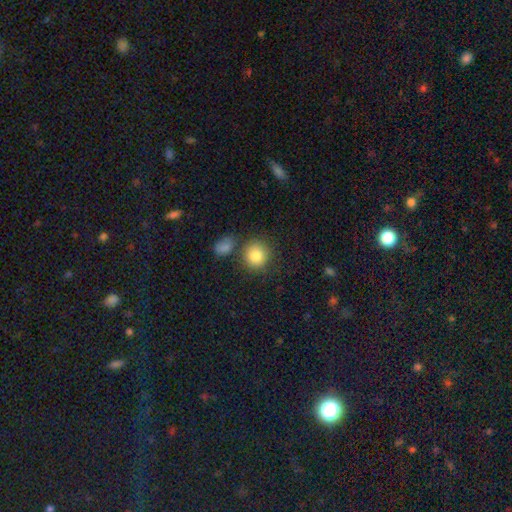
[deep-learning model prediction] Smooth or featured? smooth (84%)
How rounded? round (88%)
Merging? none (74%)